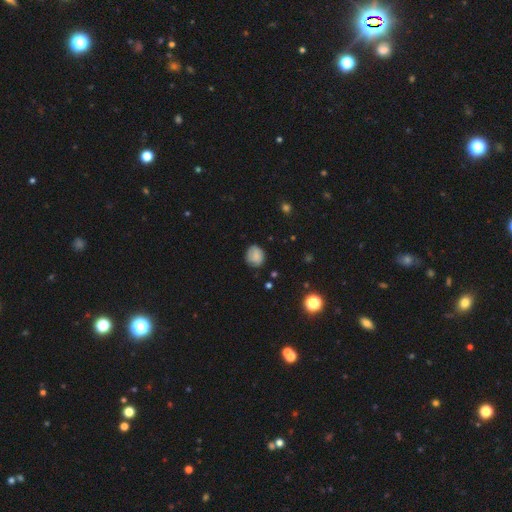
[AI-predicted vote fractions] Smooth or featured?
  - smooth: 71% *
  - featured or disk: 19%
  - star or artifact: 10%
How rounded?
  - round: 71% *
  - in between: 28%
  - cigar-shaped: 1%
Merging?
  - none: 70% *
  - minor disturbance: 22%
  - major disturbance: 6%
  - merger: 2%